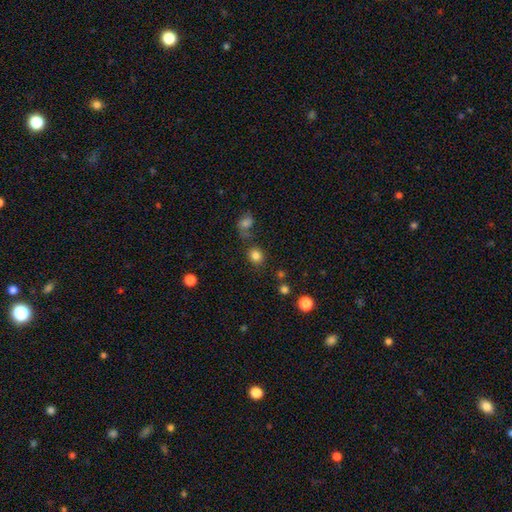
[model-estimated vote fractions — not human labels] Smooth or featured?
  - smooth: 82% *
  - star or artifact: 12%
  - featured or disk: 5%
How rounded?
  - round: 75% *
  - in between: 24%
  - cigar-shaped: 1%
Merging?
  - none: 75% *
  - minor disturbance: 11%
  - merger: 9%
  - major disturbance: 5%